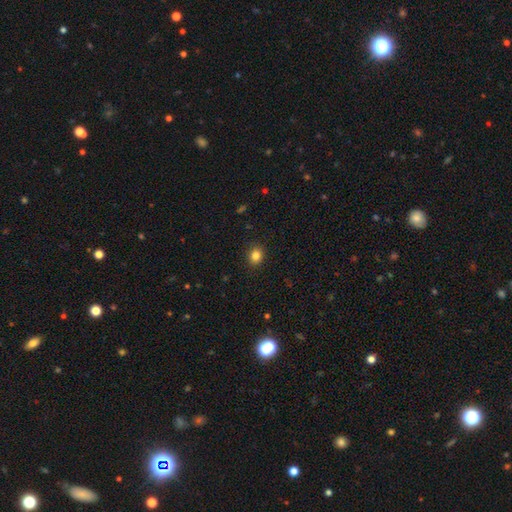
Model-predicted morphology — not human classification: Smooth or featured? smooth (84%)
How rounded? round (64%)
Merging? none (89%)